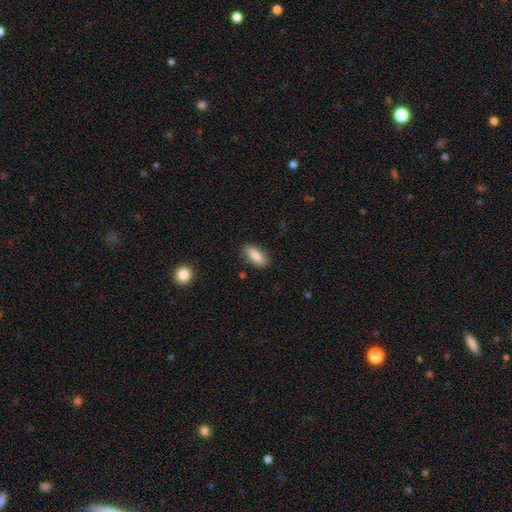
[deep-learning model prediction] Overall: smooth (83%). How rounded: in between (75%). Merging: none (85%).